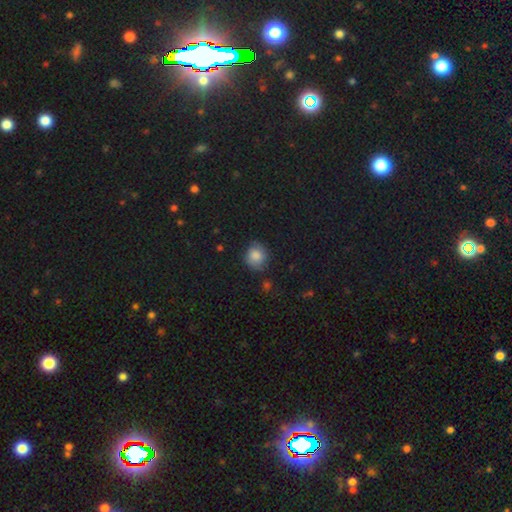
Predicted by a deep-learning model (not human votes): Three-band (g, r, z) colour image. It shows a smooth galaxy with no disk features (84%) that is round (76%). Merging: none (76%).